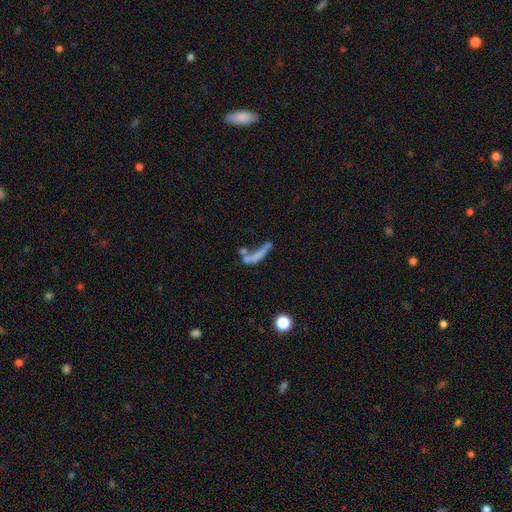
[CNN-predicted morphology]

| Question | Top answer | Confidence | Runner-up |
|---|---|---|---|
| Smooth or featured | smooth | 49% | featured or disk (36%) |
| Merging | merger | 38% | none (26%) |